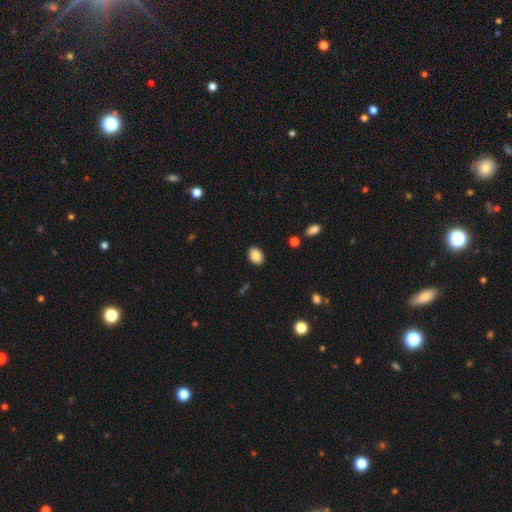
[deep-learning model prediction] This is clearly a smooth galaxy (88%). How rounded: likely in between (77%). Merging: clearly none (89%).